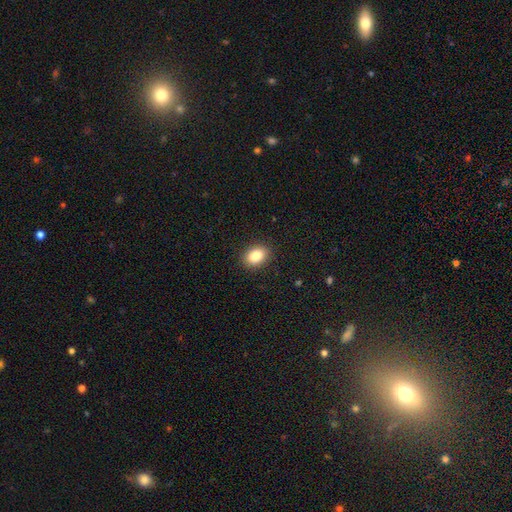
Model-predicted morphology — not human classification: This is clearly a smooth galaxy (85%). How rounded: likely in between (73%). Merging: clearly none (90%).